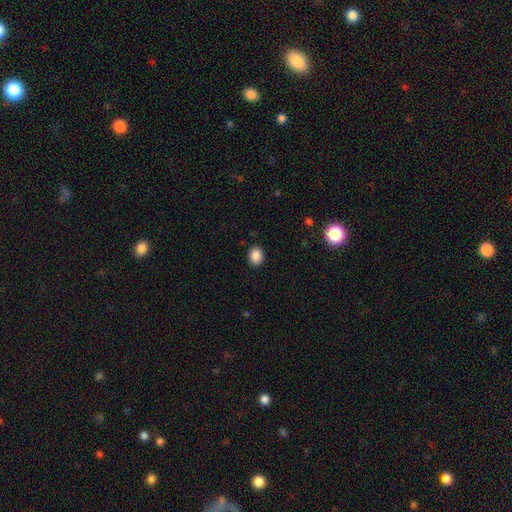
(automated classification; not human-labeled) Smooth or featured?
  - smooth: 88% *
  - star or artifact: 9%
  - featured or disk: 3%
How rounded?
  - round: 54% *
  - in between: 45%
  - cigar-shaped: 1%
Merging?
  - none: 90% *
  - minor disturbance: 7%
  - major disturbance: 2%
  - merger: 1%